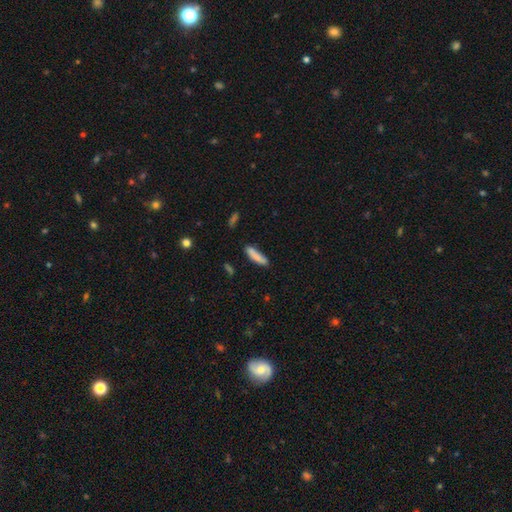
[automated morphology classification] Smooth or featured?
  - smooth: 84% *
  - featured or disk: 9%
  - star or artifact: 7%
How rounded?
  - cigar-shaped: 75% *
  - in between: 23%
  - round: 2%
Merging?
  - none: 76% *
  - minor disturbance: 17%
  - merger: 4%
  - major disturbance: 3%